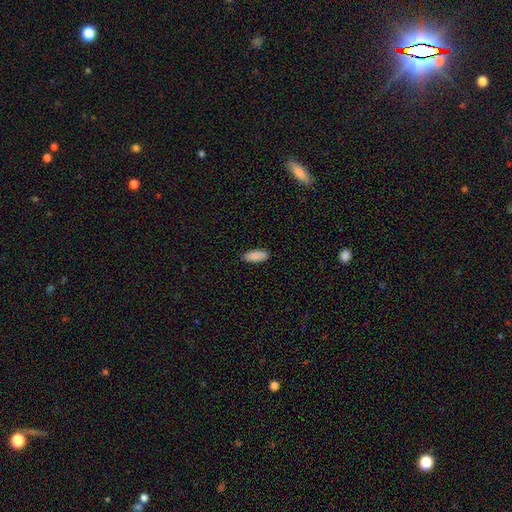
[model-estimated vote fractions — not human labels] smooth_or_featured: smooth (p=0.90) [alt: star or artifact p=0.07]
how_rounded: in between (p=0.85) [alt: cigar-shaped p=0.13]
merging: none (p=0.88) [alt: minor disturbance p=0.10]